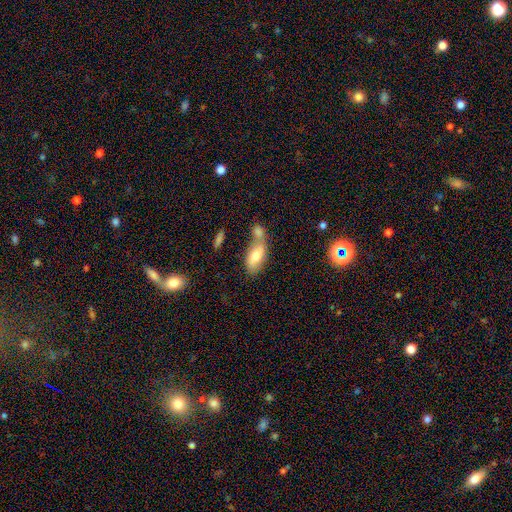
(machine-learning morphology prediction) Smooth or featured: smooth — 70% (featured or disk — 23%)
How rounded: in between — 87% (cigar-shaped — 9%)
Merging: merger — 46% (none — 36%)